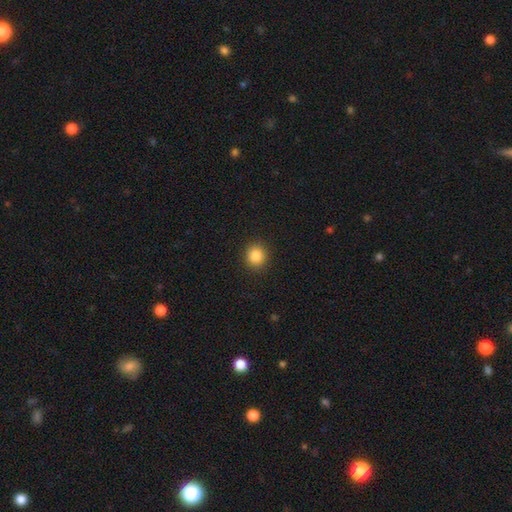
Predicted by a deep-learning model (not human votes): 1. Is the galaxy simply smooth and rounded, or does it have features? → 86% smooth, 10% star or artifact, 4% featured or disk.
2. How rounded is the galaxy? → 86% round, 13% in between, 1% cigar-shaped.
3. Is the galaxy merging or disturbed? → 91% none, 6% minor disturbance, 2% major disturbance, 1% merger.